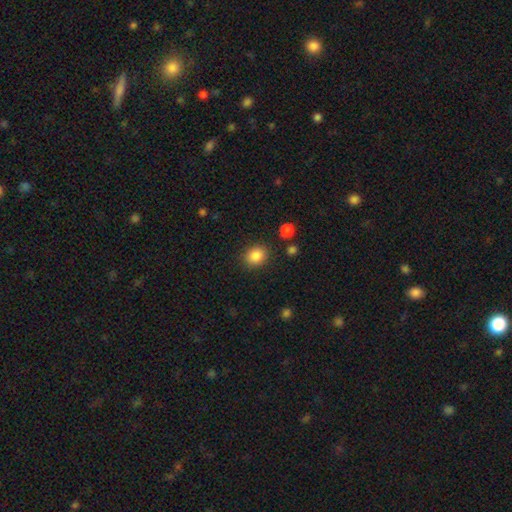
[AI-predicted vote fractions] smooth_or_featured: smooth (p=0.86) [alt: star or artifact p=0.09]
how_rounded: round (p=0.60) [alt: in between p=0.39]
merging: none (p=0.86) [alt: minor disturbance p=0.09]